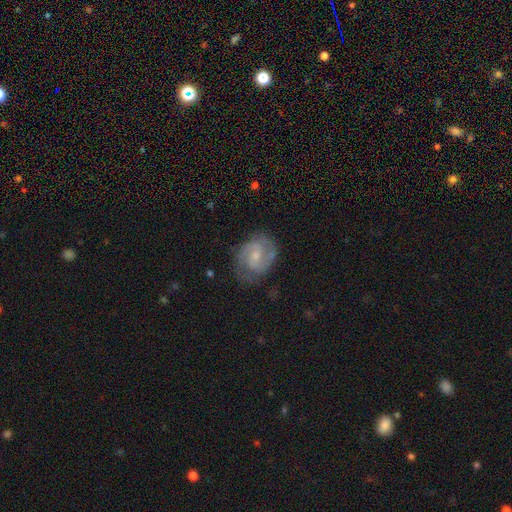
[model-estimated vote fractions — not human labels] This appears to be a featured or disk galaxy (80%) with a weak bar (50%), 2 (82%) medium (52%) spiral arms (95%) and a small central bulge (60%). Merging: none (74%).